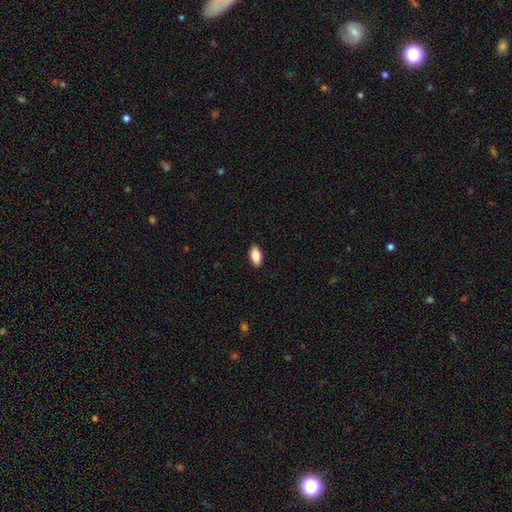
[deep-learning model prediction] smooth_or_featured: smooth (p=0.82) [alt: featured or disk p=0.12]
how_rounded: in between (p=0.91) [alt: cigar-shaped p=0.06]
merging: none (p=0.90) [alt: minor disturbance p=0.08]